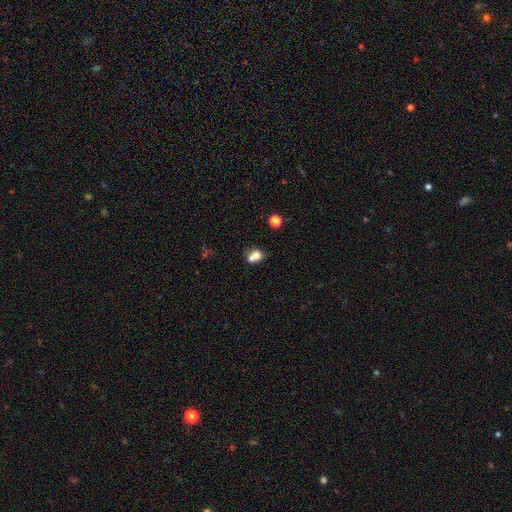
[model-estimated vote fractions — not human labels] This is likely a smooth galaxy (72%). How rounded: possibly in between (55%). Merging: possibly merger (46%).